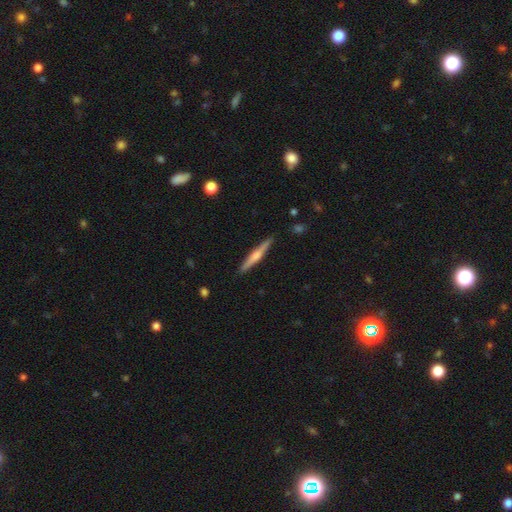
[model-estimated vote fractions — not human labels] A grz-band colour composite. It shows a featured or disk galaxy (53%) viewed edge-on (97%) with a rounded central bulge (72%). Merging: none (90%).